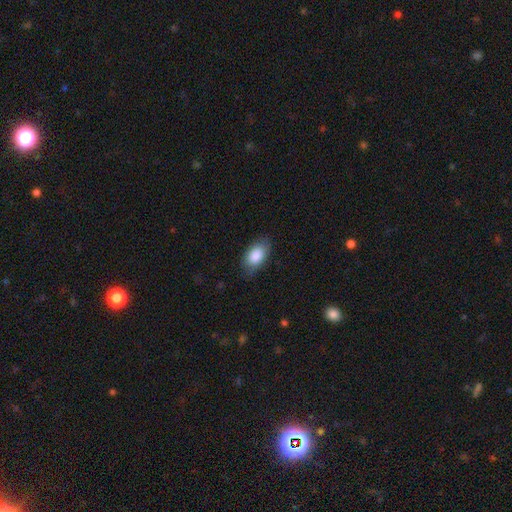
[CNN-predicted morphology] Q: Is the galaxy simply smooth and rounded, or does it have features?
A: smooth — 86%.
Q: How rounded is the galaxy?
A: in between — 92%.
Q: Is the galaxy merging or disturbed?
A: none — 78%.